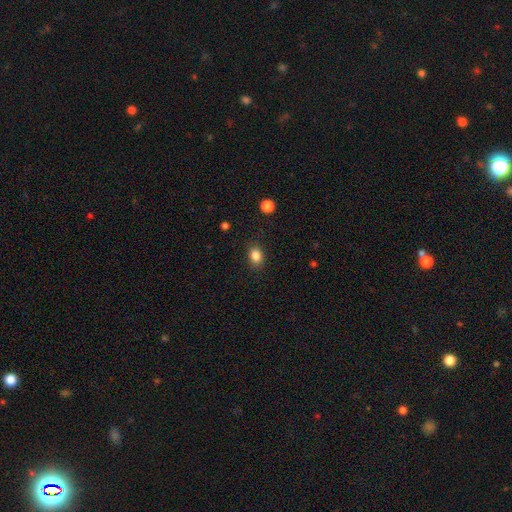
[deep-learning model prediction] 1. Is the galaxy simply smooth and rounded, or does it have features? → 85% smooth, 10% star or artifact, 5% featured or disk.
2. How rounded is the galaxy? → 64% in between, 35% round, 1% cigar-shaped.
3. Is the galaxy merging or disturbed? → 85% none, 11% minor disturbance, 3% major disturbance, 1% merger.